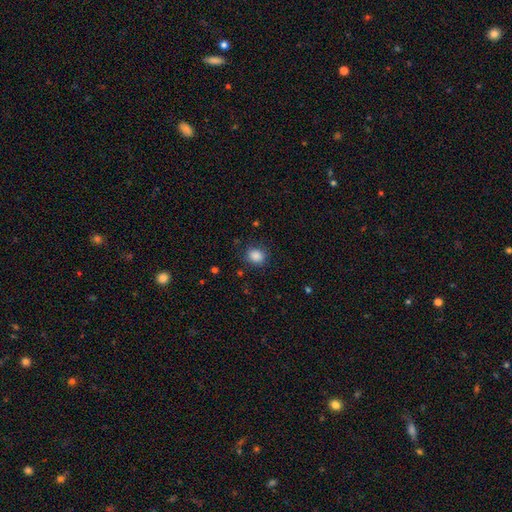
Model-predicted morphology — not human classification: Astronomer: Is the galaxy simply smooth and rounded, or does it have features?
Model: smooth — 86%.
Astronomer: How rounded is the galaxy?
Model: round — 61% (runner-up: in between, 38%).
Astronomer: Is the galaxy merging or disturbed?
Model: none — 83%.